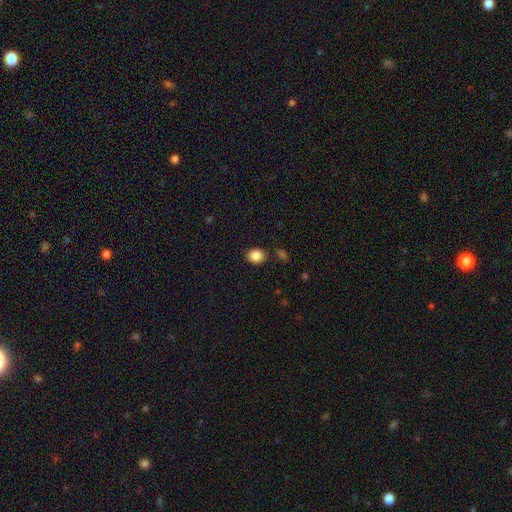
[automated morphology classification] Smooth or featured? Predicted: smooth (p=0.86). How rounded? Predicted: round (p=0.60). Merging? Predicted: none (p=0.86).